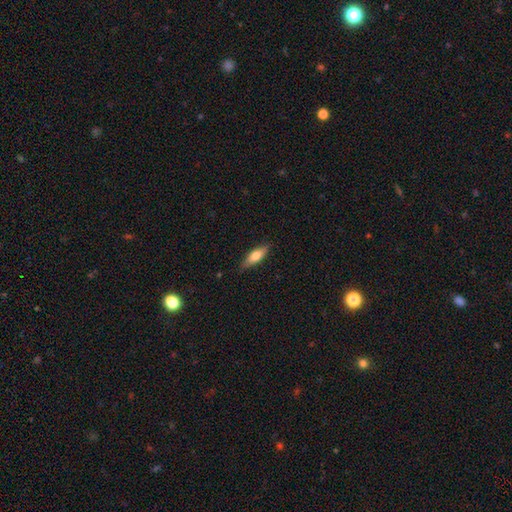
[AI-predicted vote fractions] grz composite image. It shows a smooth galaxy with no disk features (66%) that is in between round and cigar-shaped (52%). Merging: none (85%).